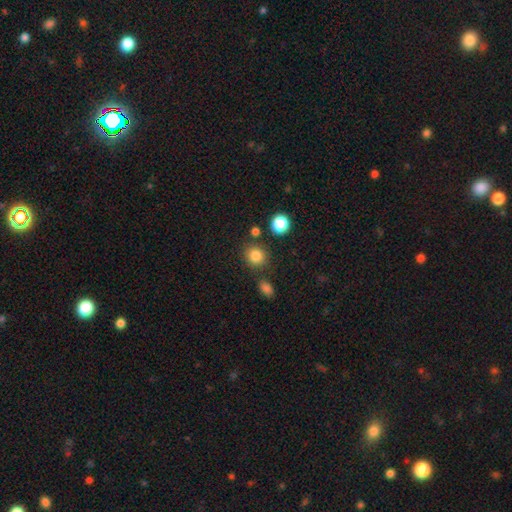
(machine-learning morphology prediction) smooth-or-featured: smooth: 83% | star or artifact: 12% | featured or disk: 5%
  how-rounded: round: 84% | in between: 15% | cigar-shaped: 1%
  merging: none: 81% | minor disturbance: 9% | merger: 7% | major disturbance: 3%